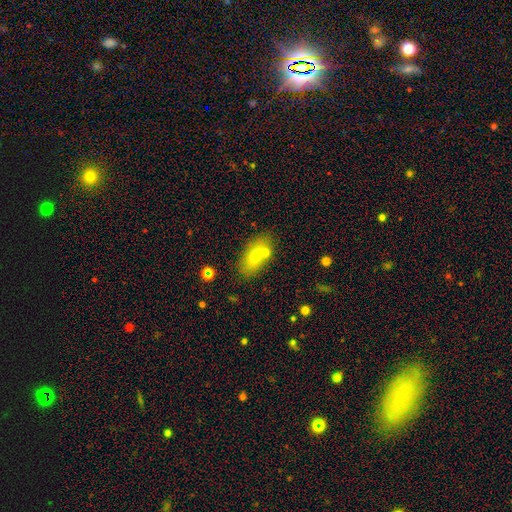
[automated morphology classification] The model was most divided on "merging": none: 65%, merger: 18%, minor disturbance: 13%, major disturbance: 4%. More confident: how rounded — in between (85%); smooth or featured — smooth (69%).